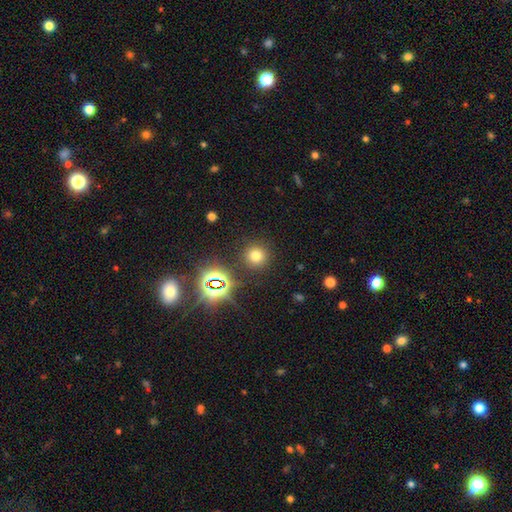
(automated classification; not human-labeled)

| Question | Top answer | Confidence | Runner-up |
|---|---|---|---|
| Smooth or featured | smooth | 67% | star or artifact (25%) |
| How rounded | round | 93% | in between (6%) |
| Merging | none | 88% | minor disturbance (7%) |